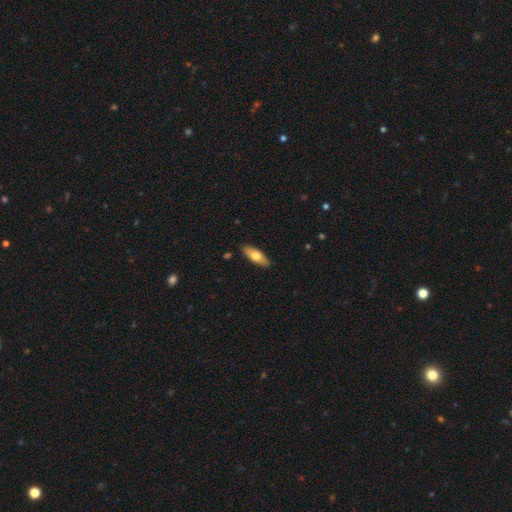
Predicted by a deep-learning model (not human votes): smooth_or_featured: smooth (p=0.68) [alt: featured or disk p=0.27]
how_rounded: in between (p=0.69) [alt: cigar-shaped p=0.29]
merging: none (p=0.89) [alt: minor disturbance p=0.08]